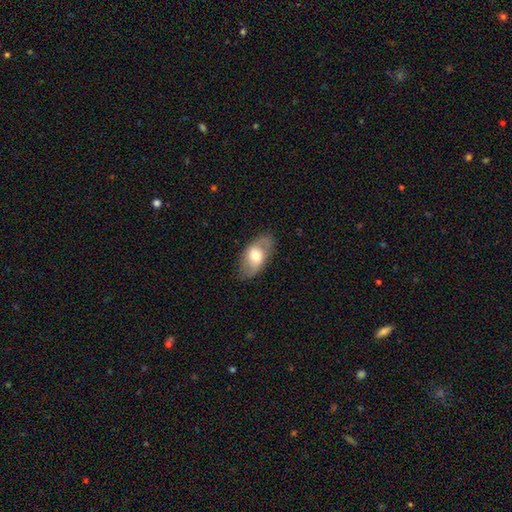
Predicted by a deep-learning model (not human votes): A smooth galaxy with no disk features (52%) that is in between round and cigar-shaped (90%).

Vote fractions:
- Smooth or featured? smooth: 52% / featured or disk: 42% / star or artifact: 6%
- How rounded? in between: 90% / round: 7% / cigar-shaped: 3%
- Merging? none: 79% / minor disturbance: 15% / major disturbance: 5% / merger: 1%